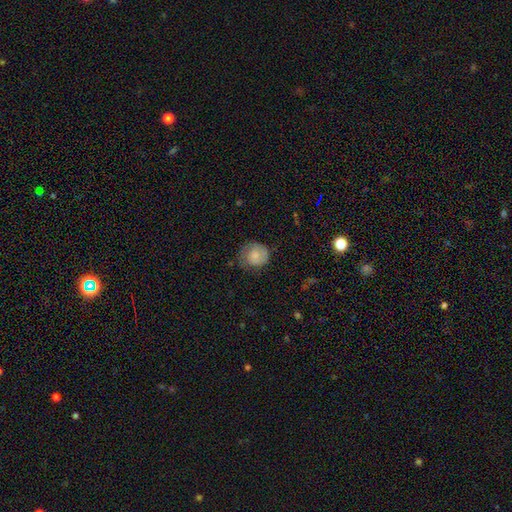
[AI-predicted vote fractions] A smooth galaxy with no disk features (69%) that is round (81%). Merging: none (57%).